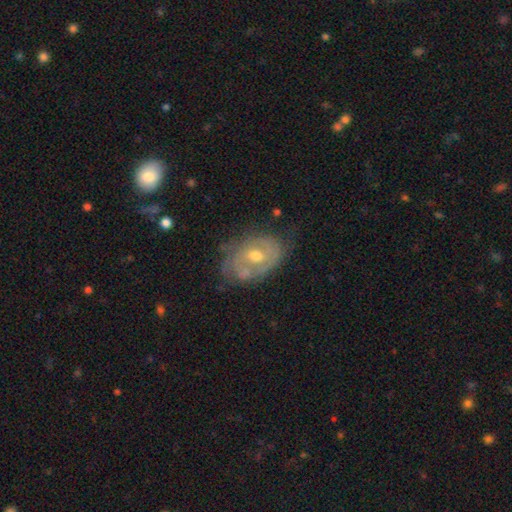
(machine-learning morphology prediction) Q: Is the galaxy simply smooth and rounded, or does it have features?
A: featured or disk — 69%.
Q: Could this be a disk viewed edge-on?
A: no — 95%.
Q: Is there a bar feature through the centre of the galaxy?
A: no — 69%.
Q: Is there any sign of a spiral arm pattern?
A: yes — 63%.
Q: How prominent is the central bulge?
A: moderate — 70%.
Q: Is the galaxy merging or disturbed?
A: none — 60%.